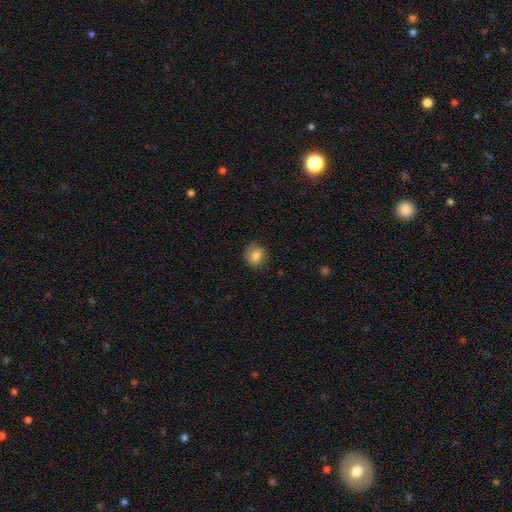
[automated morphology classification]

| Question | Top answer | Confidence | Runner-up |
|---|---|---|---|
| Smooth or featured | smooth | 78% | featured or disk (14%) |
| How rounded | round | 74% | in between (25%) |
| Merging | none | 73% | minor disturbance (20%) |